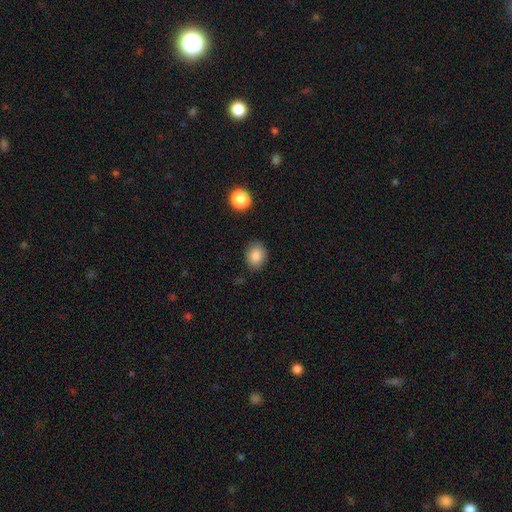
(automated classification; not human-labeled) A smooth galaxy with no disk features (85%) that is in between round and cigar-shaped (52%). Merging: none (85%).